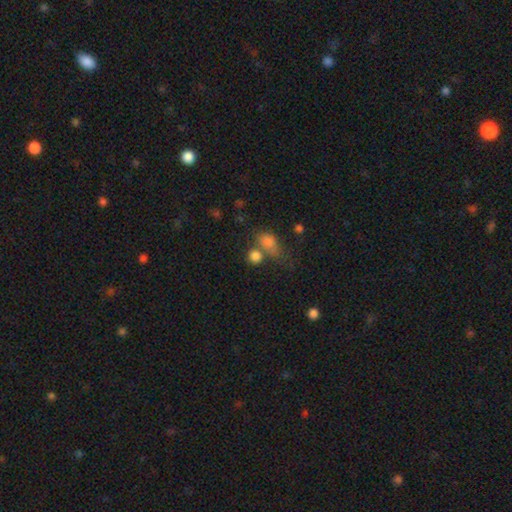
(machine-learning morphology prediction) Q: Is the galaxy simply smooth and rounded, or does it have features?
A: smooth — 80%.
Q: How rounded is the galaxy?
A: round — 70%.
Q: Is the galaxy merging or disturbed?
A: none — 49%.